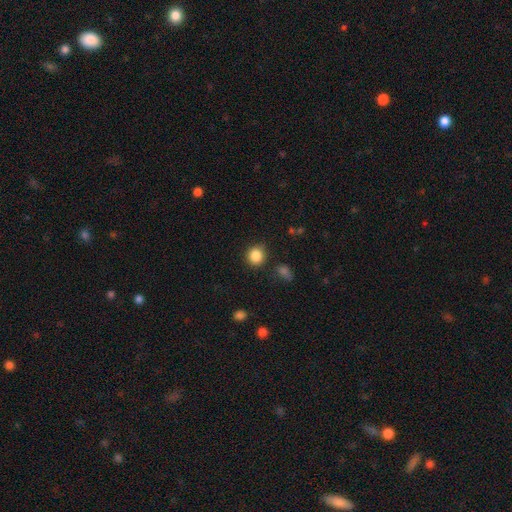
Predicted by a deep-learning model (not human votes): A smooth galaxy with no disk features (85%) that is round (87%).

Vote fractions:
- Smooth or featured? smooth: 85% / star or artifact: 10% / featured or disk: 5%
- How rounded? round: 87% / in between: 12% / cigar-shaped: 1%
- Merging? none: 83% / minor disturbance: 11% / major disturbance: 3% / merger: 3%